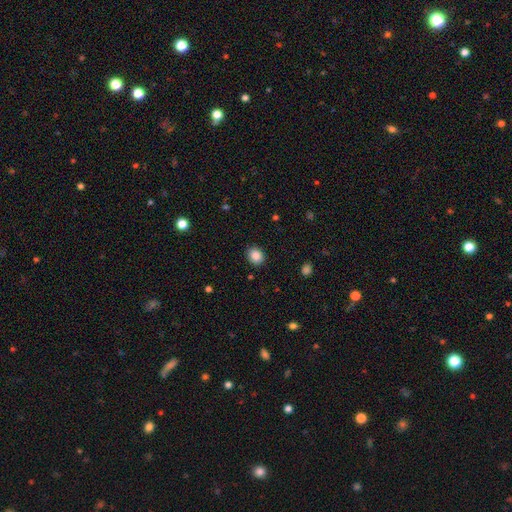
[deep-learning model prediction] This appears to be a smooth galaxy with no disk features (87%) that is round (67%). Merging: none (89%).